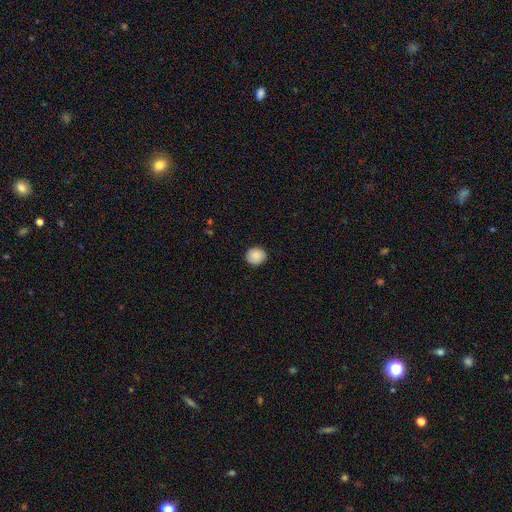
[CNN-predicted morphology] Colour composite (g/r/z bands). It shows a smooth galaxy with no disk features (86%) that is round (84%). Merging: none (87%).